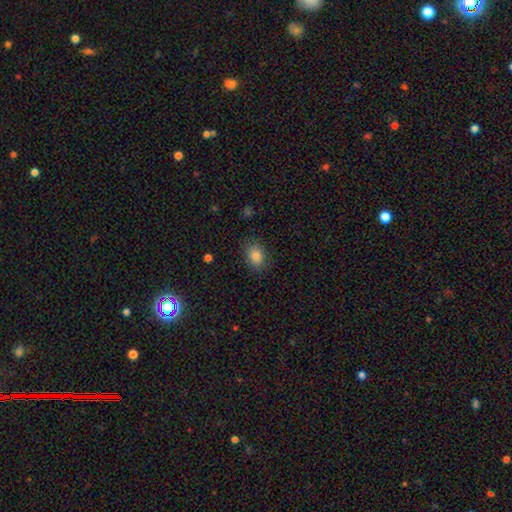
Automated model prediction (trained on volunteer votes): The model was most divided on "how rounded": in between: 68%, round: 31%, cigar-shaped: 1%. More confident: merging — none (84%); smooth or featured — smooth (82%).